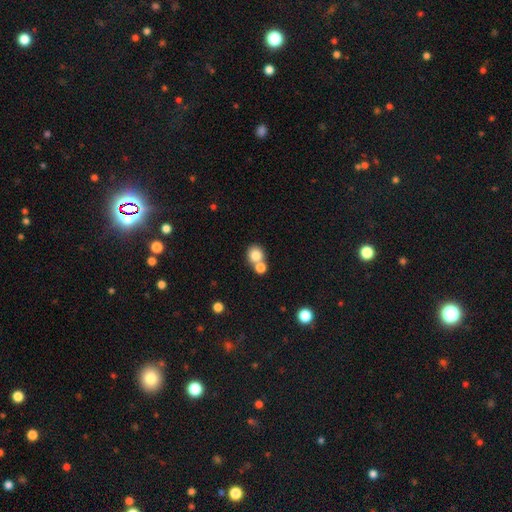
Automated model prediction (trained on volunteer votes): Q: Smooth or featured?
A: smooth (81%); runner-up: star or artifact (10%)
Q: How rounded?
A: round (83%); runner-up: in between (16%)
Q: Merging?
A: none (48%); runner-up: merger (42%)